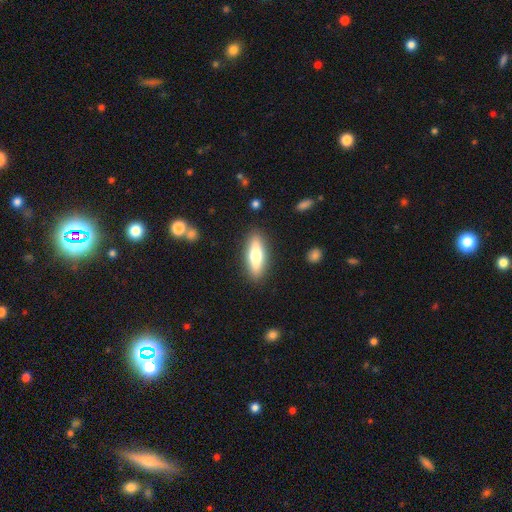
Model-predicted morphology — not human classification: smooth 57%, featured or disk 37%, star or artifact 6%. Down the decision tree: how rounded — cigar-shaped (54%); merging — none (88%).